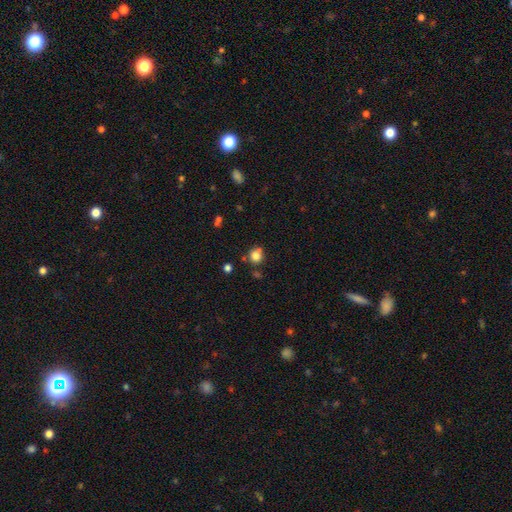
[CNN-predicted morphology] Smooth or featured? Predicted: smooth (p=0.81). How rounded? Predicted: round (p=0.83). Merging? Predicted: none (p=0.69).